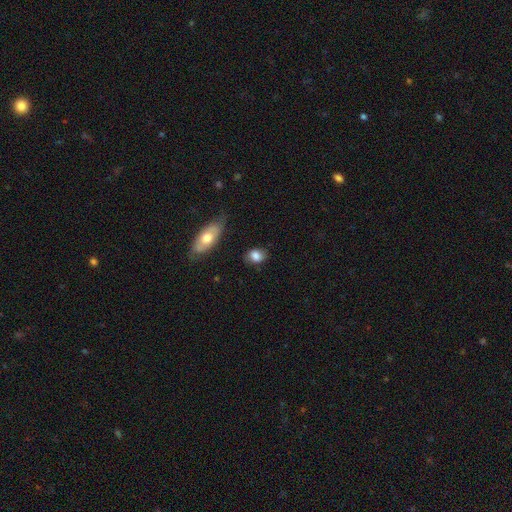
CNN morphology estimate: Overall: smooth (80%). How rounded: in between (63%; round 35%). Merging: none (72%).